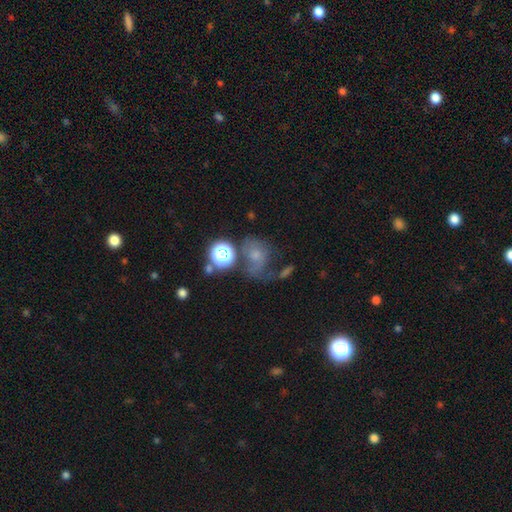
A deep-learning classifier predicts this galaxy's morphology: Overall: smooth (51%; featured or disk 26%). How rounded: round (56%; in between 43%). Merging: none (33%; major disturbance 29%).